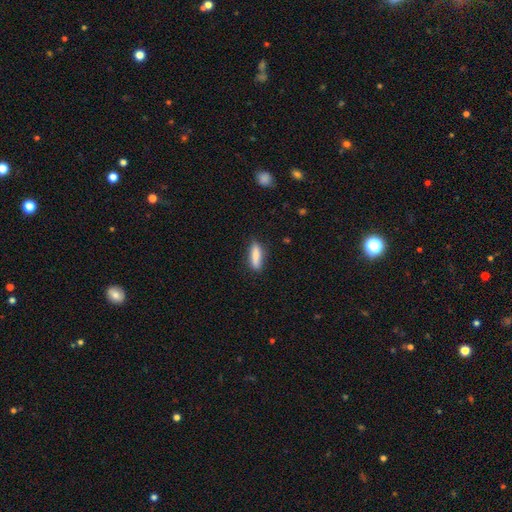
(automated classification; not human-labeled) Smooth or featured?
  - smooth: 81% *
  - featured or disk: 12%
  - star or artifact: 7%
How rounded?
  - cigar-shaped: 61% *
  - in between: 37%
  - round: 2%
Merging?
  - none: 82% *
  - minor disturbance: 13%
  - major disturbance: 3%
  - merger: 2%